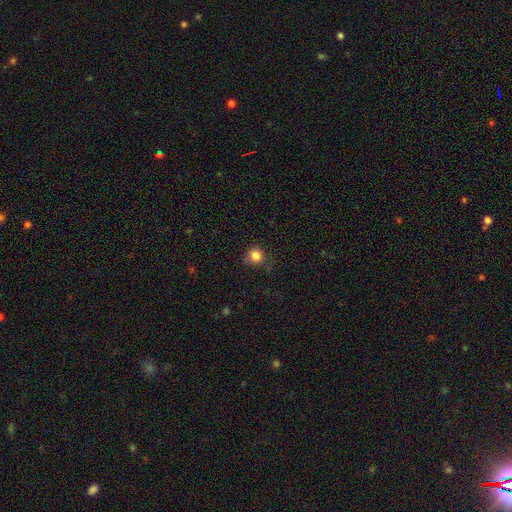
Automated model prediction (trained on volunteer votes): Smooth or featured: smooth — 84% (star or artifact — 11%)
How rounded: round — 88% (in between — 11%)
Merging: none — 72% (minor disturbance — 20%)